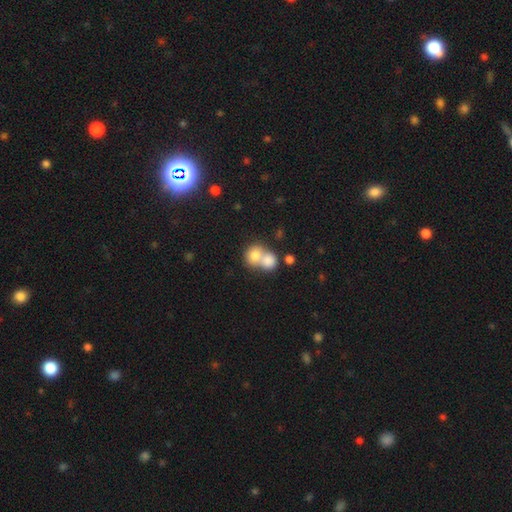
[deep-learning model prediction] This appears to be a smooth galaxy with no disk features (78%) that is round (71%). Merging: merger (67%).